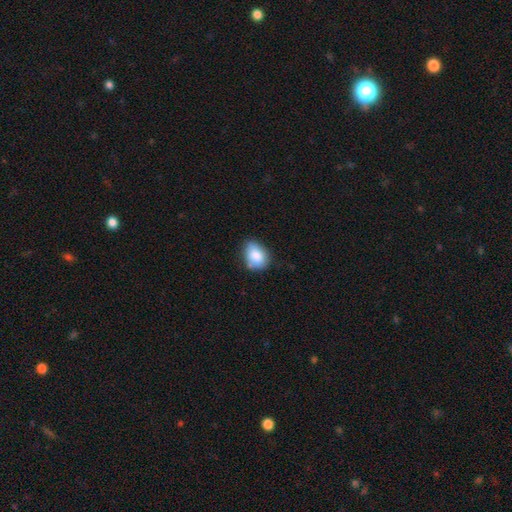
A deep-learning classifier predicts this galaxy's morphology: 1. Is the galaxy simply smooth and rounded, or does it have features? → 83% smooth, 10% featured or disk, 8% star or artifact.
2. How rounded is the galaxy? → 65% in between, 34% round, 1% cigar-shaped.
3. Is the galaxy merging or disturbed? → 62% none, 29% minor disturbance, 5% major disturbance, 3% merger.